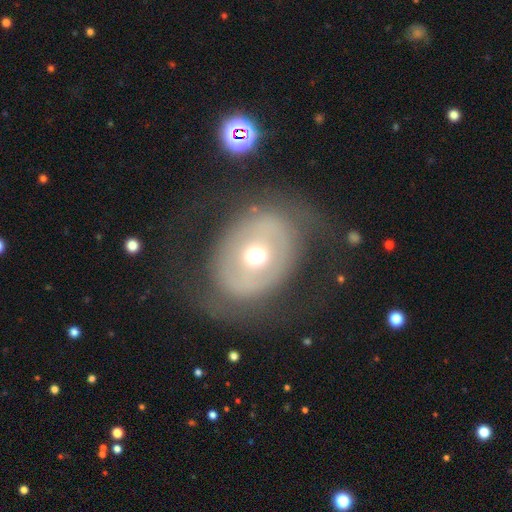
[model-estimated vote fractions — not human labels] Overall: featured or disk (53%; smooth 38%). Edge-on disk: no (93%). Merging: none (67%).